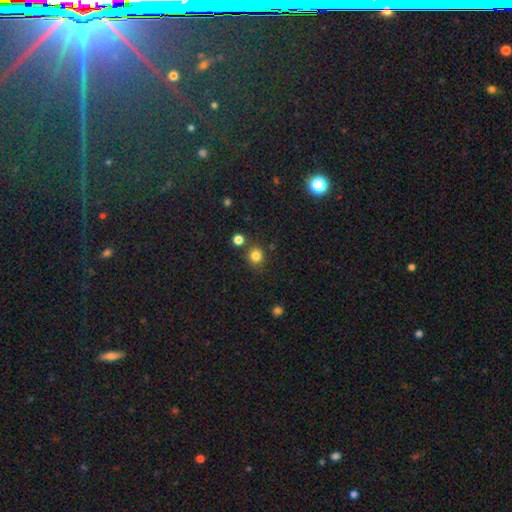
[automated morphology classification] The model was most divided on "smooth or featured": smooth: 82%, star or artifact: 13%, featured or disk: 5%. More confident: how rounded — round (87%); merging — none (79%).